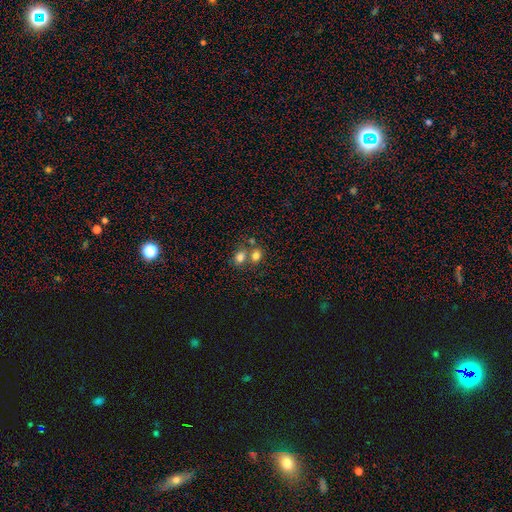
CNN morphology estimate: Smooth or featured?
  - smooth: 78% *
  - star or artifact: 13%
  - featured or disk: 9%
How rounded?
  - round: 55% *
  - in between: 44%
  - cigar-shaped: 1%
Merging?
  - merger: 45% *
  - none: 44%
  - minor disturbance: 8%
  - major disturbance: 3%